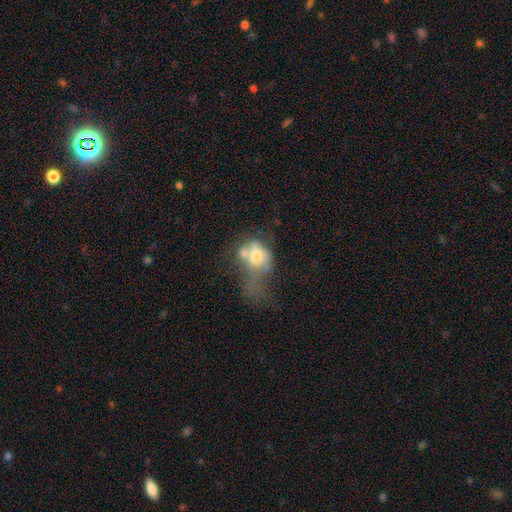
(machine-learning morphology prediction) Smooth or featured?
  - smooth: 53% *
  - featured or disk: 36%
  - star or artifact: 11%
How rounded?
  - in between: 66% *
  - round: 31%
  - cigar-shaped: 2%
Merging?
  - major disturbance: 39% *
  - merger: 38%
  - none: 12%
  - minor disturbance: 11%